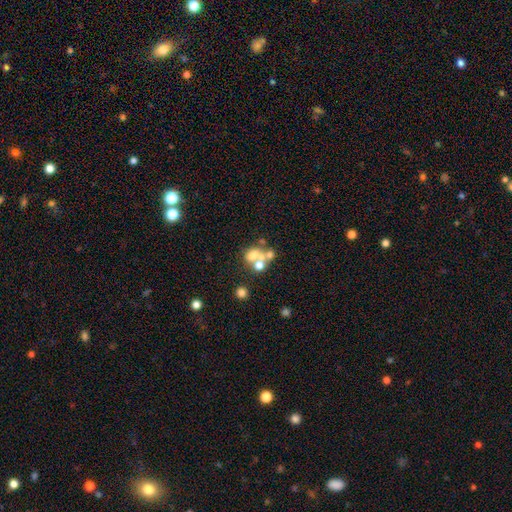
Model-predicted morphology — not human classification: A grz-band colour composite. It shows a smooth galaxy with no disk features (47%). Merging: merger (53%).